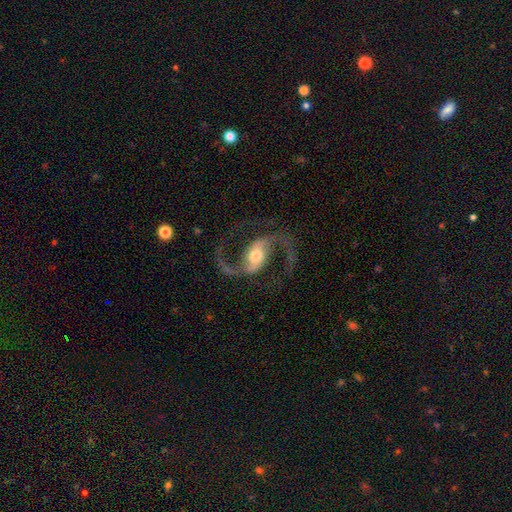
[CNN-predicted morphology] This is clearly a featured or disk galaxy (93%). It is clearly not viewed edge-on (97%). Bar: marginally strong (43%). Spiral arm pattern: clearly yes (98%). Spiral arm count: clearly 2 (95%). Spiral winding: likely loose (61%). Central bulge: likely moderate (63%). Merging: likely none (80%).